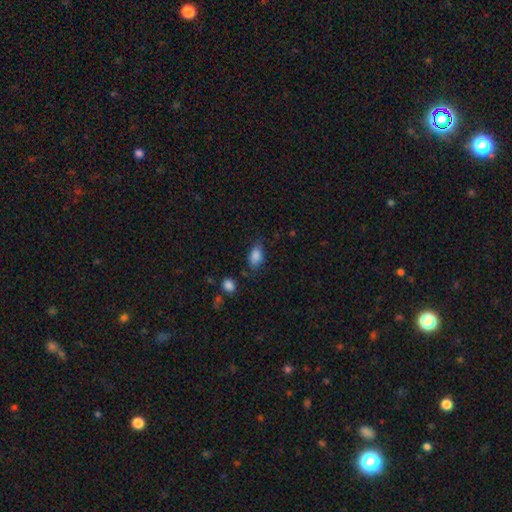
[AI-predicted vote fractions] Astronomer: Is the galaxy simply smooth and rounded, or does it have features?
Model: smooth — 86%.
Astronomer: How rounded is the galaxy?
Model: in between — 89%.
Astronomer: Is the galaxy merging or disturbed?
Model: none — 69%.